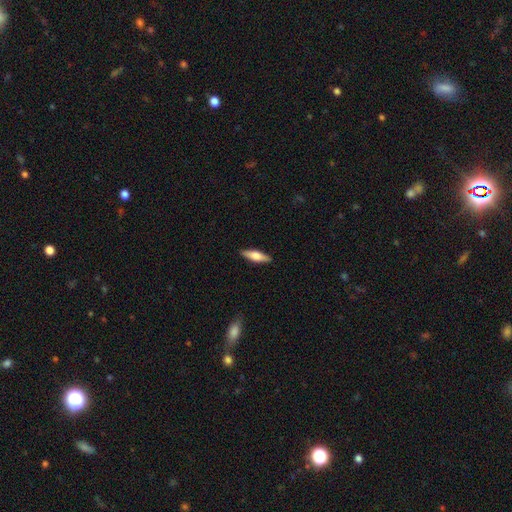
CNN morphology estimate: A smooth galaxy with no disk features (54%) that is cigar-shaped (59%).

Vote fractions:
- Smooth or featured? smooth: 54% / featured or disk: 40% / star or artifact: 6%
- How rounded? cigar-shaped: 59% / in between: 39% / round: 2%
- Merging? none: 89% / minor disturbance: 8% / major disturbance: 2% / merger: 1%